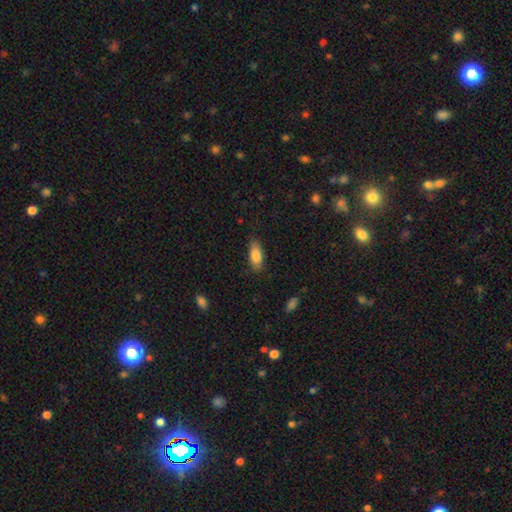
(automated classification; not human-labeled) A smooth galaxy with no disk features (83%) that is in between round and cigar-shaped (77%).

Vote fractions:
- Smooth or featured? smooth: 83% / featured or disk: 10% / star or artifact: 7%
- How rounded? in between: 77% / cigar-shaped: 20% / round: 2%
- Merging? none: 79% / minor disturbance: 17% / major disturbance: 3% / merger: 1%